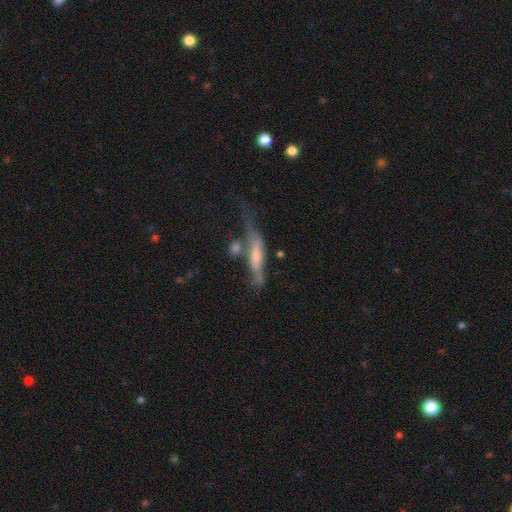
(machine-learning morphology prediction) Smooth or featured: featured or disk — 50% (smooth — 41%)
Edge-on disk: yes — 72% (no — 28%)
Merging: none — 33% (major disturbance — 23%)